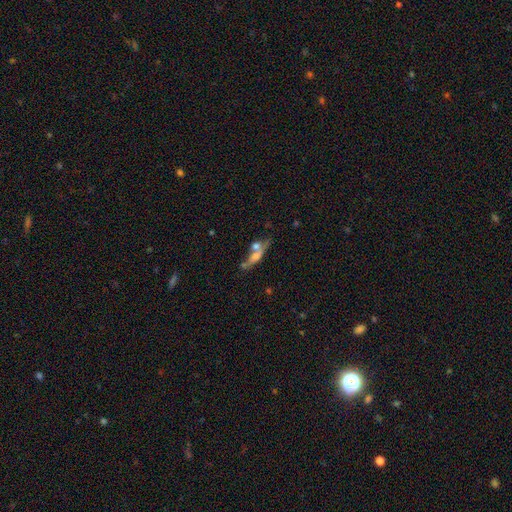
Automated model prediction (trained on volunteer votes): featured or disk 47%, smooth 37%, star or artifact 16%. Down the decision tree: merging — none (47%).